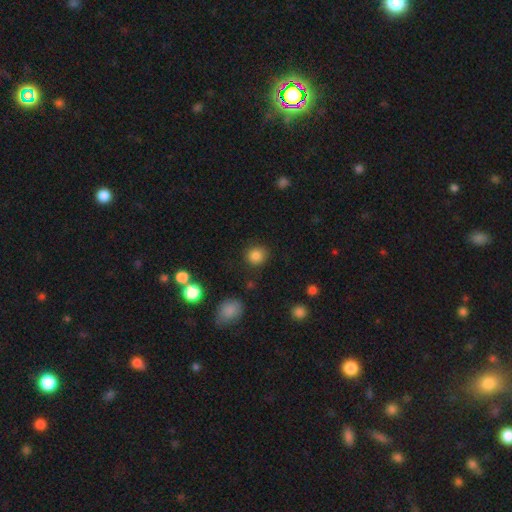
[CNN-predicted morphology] type=smooth (85%); roundness=round (89%); merging=none (87%).